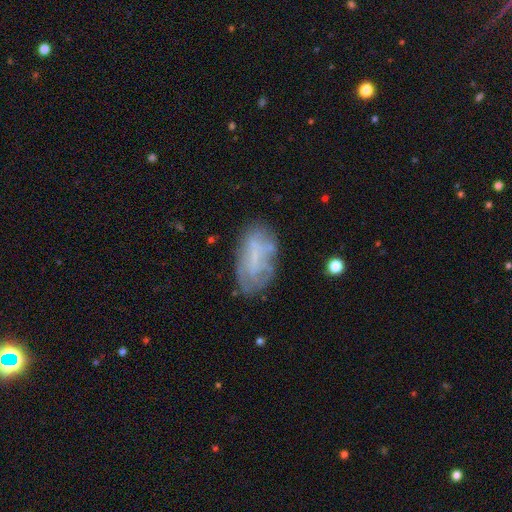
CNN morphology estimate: This is possibly a featured or disk galaxy (47%). Merging: likely none (63%).